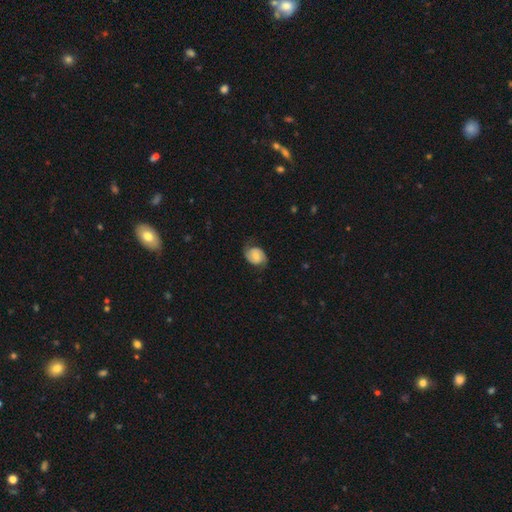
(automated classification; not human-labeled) This appears to be a featured or disk galaxy (61%) with no bar (51%), 2 (87%) medium (42%) spiral arms (91%) and a moderate central bulge (46%). Merging: none (68%).